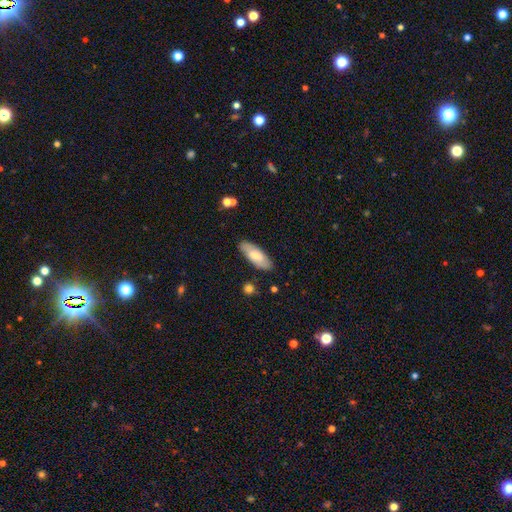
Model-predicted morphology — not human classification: smooth-or-featured: smooth: 75% | featured or disk: 19% | star or artifact: 6%
  how-rounded: in between: 71% | cigar-shaped: 27% | round: 2%
  merging: none: 85% | minor disturbance: 11% | major disturbance: 2% | merger: 2%